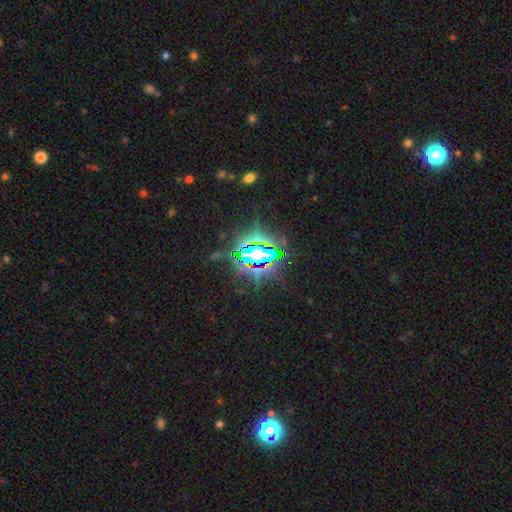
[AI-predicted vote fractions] This appears to be a star or artifact, not a galaxy (77%).